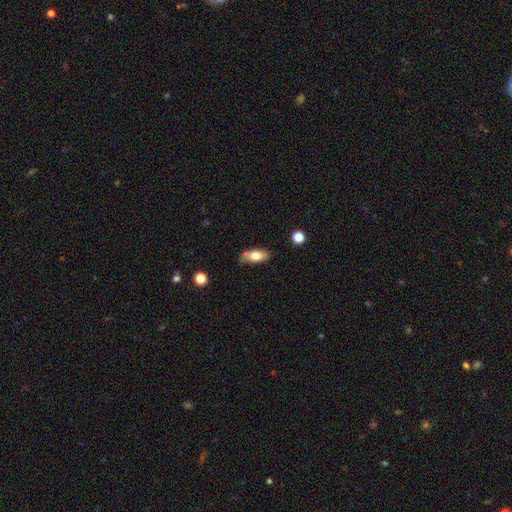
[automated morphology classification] The model was most divided on "merging": none: 63%, minor disturbance: 27%, major disturbance: 5%, merger: 5%. More confident: how rounded — in between (86%); smooth or featured — smooth (76%).